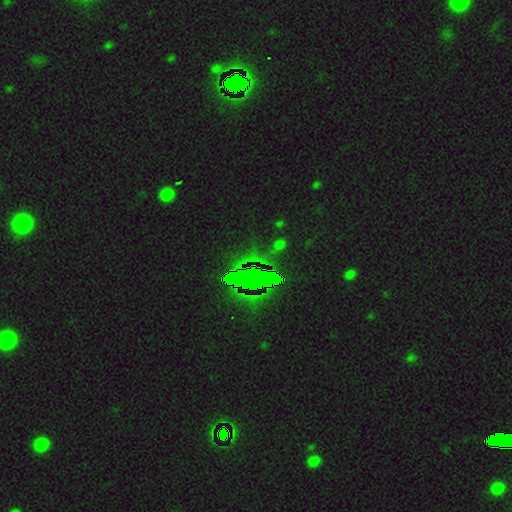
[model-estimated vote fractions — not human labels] Morphology: type=star or artifact (78%).